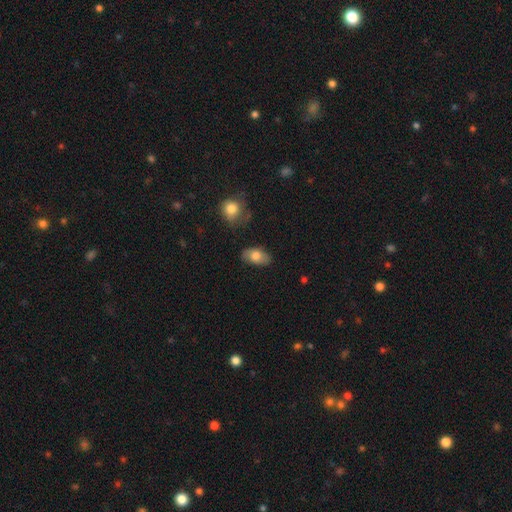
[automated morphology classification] A smooth galaxy with no disk features (75%) that is in between round and cigar-shaped (92%).

Vote fractions:
- Smooth or featured? smooth: 75% / featured or disk: 18% / star or artifact: 7%
- How rounded? in between: 92% / round: 6% / cigar-shaped: 2%
- Merging? none: 75% / minor disturbance: 18% / major disturbance: 4% / merger: 2%